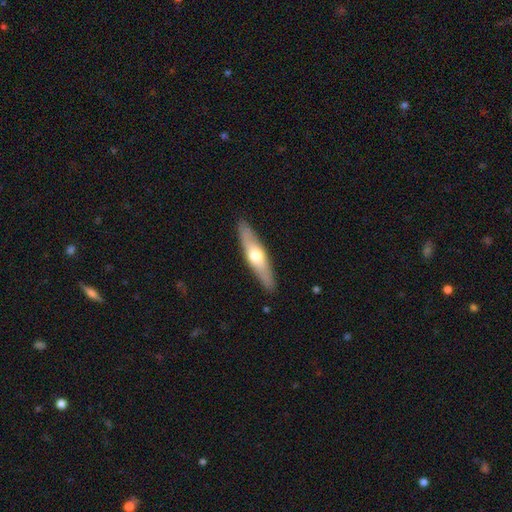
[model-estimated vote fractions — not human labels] A featured or disk galaxy (50%).

Vote fractions:
- Smooth or featured? featured or disk: 50% / smooth: 46% / star or artifact: 5%
- Merging? none: 89% / minor disturbance: 8% / major disturbance: 2% / merger: 1%